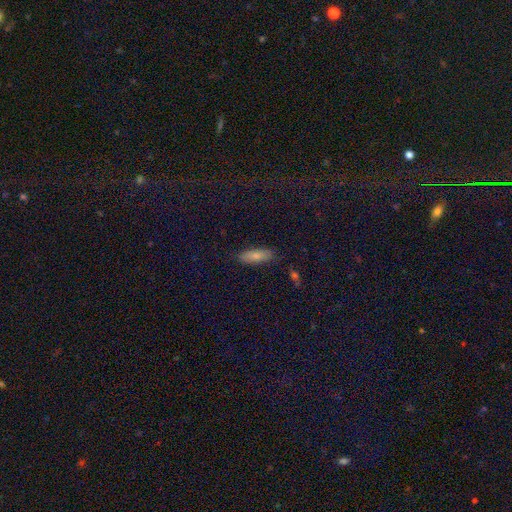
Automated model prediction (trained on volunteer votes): smooth 76%, featured or disk 15%, star or artifact 8%. Down the decision tree: how rounded — in between (59%); merging — none (84%).